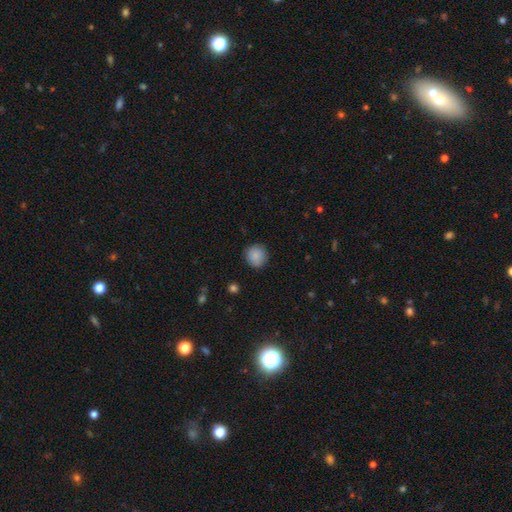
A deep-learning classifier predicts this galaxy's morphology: This is clearly a smooth galaxy (88%). How rounded: clearly round (92%). Merging: clearly none (88%).